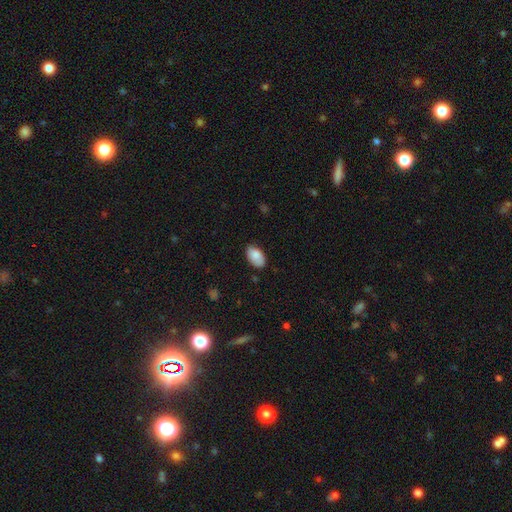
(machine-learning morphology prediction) smooth_or_featured: smooth (p=0.85) [alt: featured or disk p=0.09]
how_rounded: in between (p=0.94) [alt: round p=0.05]
merging: none (p=0.78) [alt: minor disturbance p=0.18]